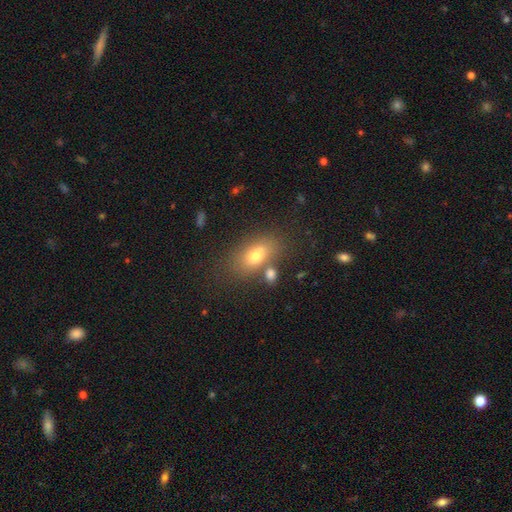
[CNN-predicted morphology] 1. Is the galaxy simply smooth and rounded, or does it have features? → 71% smooth, 18% featured or disk, 11% star or artifact.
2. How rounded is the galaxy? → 83% in between, 12% round, 5% cigar-shaped.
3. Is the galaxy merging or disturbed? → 65% none, 16% merger, 14% minor disturbance, 6% major disturbance.